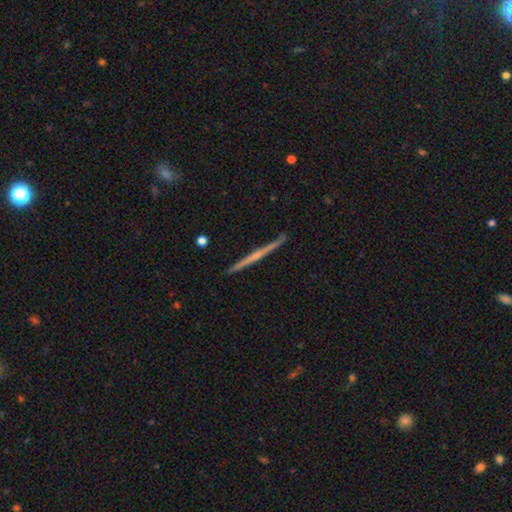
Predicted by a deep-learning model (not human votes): Smooth or featured? Predicted: featured or disk (p=0.71). Edge-on disk? Predicted: yes (p=0.98). Edge-on bulge? Predicted: none (p=0.55). Merging? Predicted: none (p=0.92).